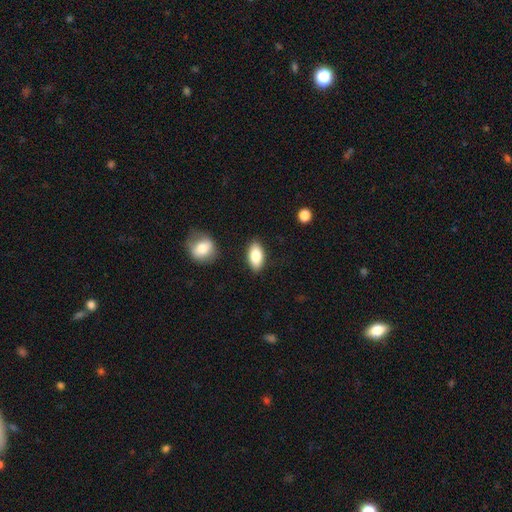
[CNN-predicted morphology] This appears to be a smooth galaxy with no disk features (83%) that is in between round and cigar-shaped (91%). Merging: none (86%).